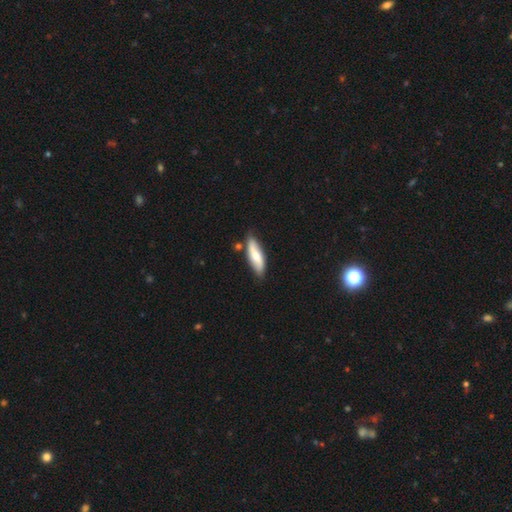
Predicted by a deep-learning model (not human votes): Q: Smooth or featured?
A: smooth (56%); runner-up: featured or disk (38%)
Q: How rounded?
A: in between (52%); runner-up: cigar-shaped (46%)
Q: Merging?
A: none (72%); runner-up: minor disturbance (19%)